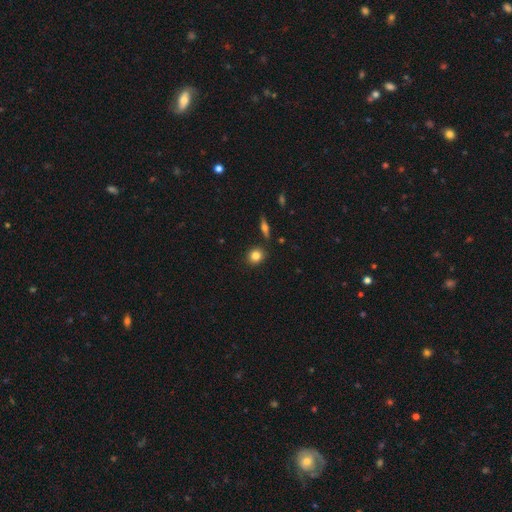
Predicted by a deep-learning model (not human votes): smooth 82%, star or artifact 10%, featured or disk 8%. Down the decision tree: how rounded — round (76%); merging — none (86%).